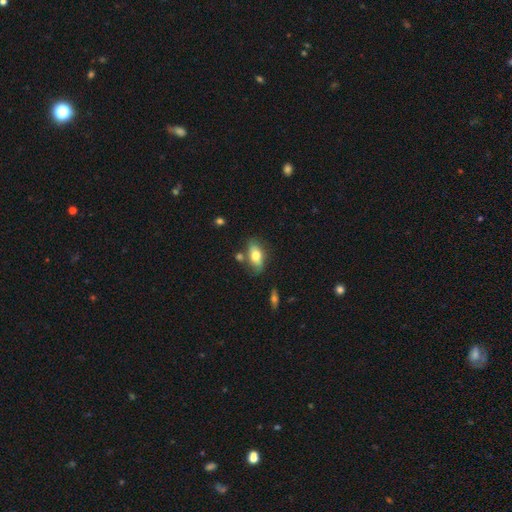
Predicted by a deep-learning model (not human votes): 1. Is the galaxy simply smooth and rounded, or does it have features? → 71% smooth, 22% featured or disk, 7% star or artifact.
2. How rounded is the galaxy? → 86% in between, 8% cigar-shaped, 6% round.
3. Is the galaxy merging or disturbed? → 72% none, 15% minor disturbance, 9% merger, 4% major disturbance.